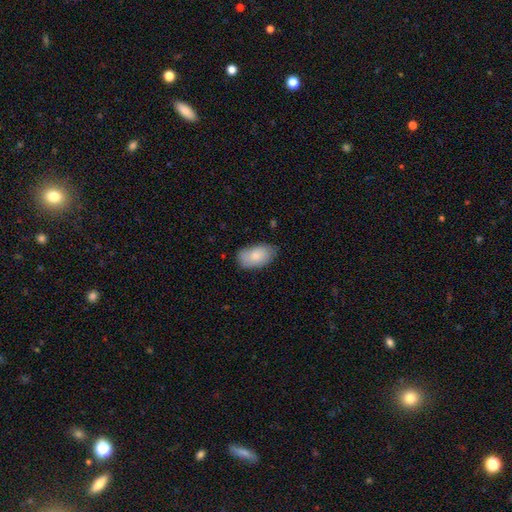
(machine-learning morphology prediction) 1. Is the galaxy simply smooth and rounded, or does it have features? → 82% smooth, 12% featured or disk, 6% star or artifact.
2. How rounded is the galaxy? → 94% in between, 4% round, 1% cigar-shaped.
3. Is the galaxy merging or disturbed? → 75% none, 20% minor disturbance, 3% major disturbance, 1% merger.